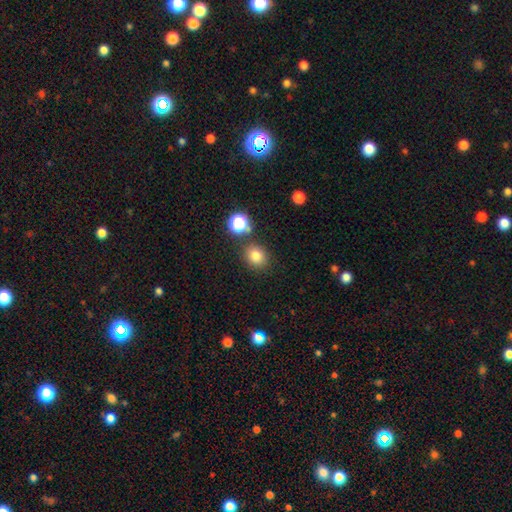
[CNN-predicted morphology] Smooth or featured? smooth (79%)
How rounded? round (73%)
Merging? none (79%)